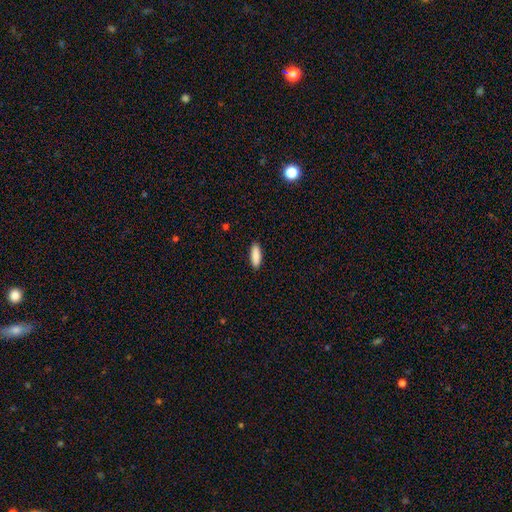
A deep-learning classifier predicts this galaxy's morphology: A smooth galaxy with no disk features (89%) that is in between round and cigar-shaped (50%). Merging: none (90%).